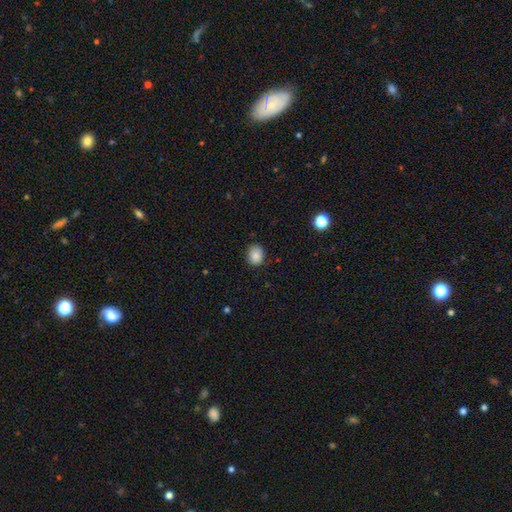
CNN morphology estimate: Smooth or featured? Predicted: smooth (p=0.86). How rounded? Predicted: round (p=0.69). Merging? Predicted: none (p=0.86).